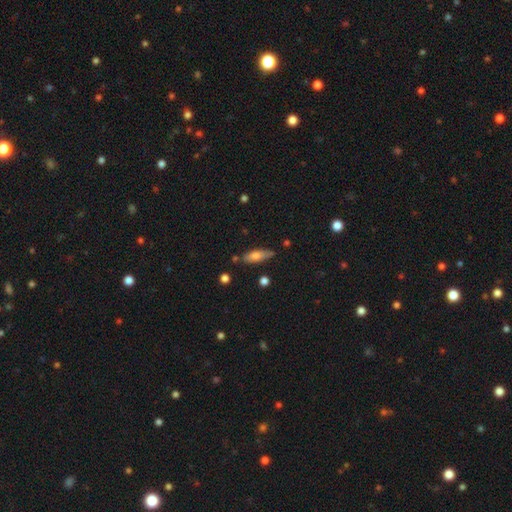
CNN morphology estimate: A smooth galaxy with no disk features (68%) that is in between round and cigar-shaped (52%).

Vote fractions:
- Smooth or featured? smooth: 68% / featured or disk: 25% / star or artifact: 7%
- How rounded? in between: 52% / cigar-shaped: 45% / round: 2%
- Merging? none: 72% / minor disturbance: 19% / merger: 5% / major disturbance: 4%